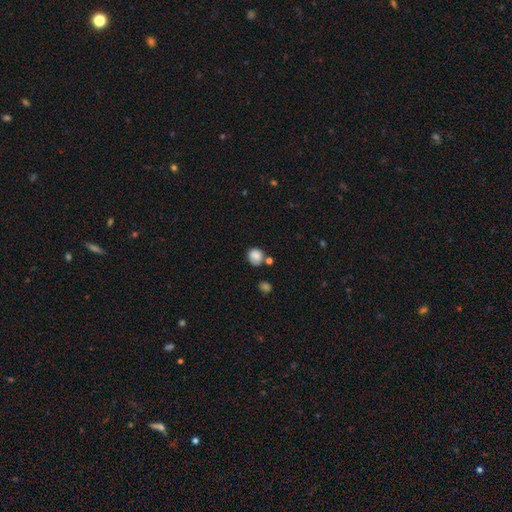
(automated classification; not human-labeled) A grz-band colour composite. It shows a smooth galaxy with no disk features (83%) that is round (72%). Merging: none (58%).